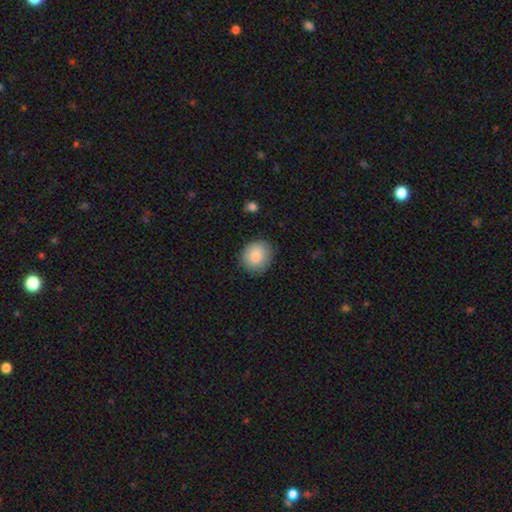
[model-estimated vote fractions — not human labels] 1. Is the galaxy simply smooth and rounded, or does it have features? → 85% smooth, 8% star or artifact, 7% featured or disk.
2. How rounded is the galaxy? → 74% round, 25% in between, 1% cigar-shaped.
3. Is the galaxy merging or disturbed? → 81% none, 14% minor disturbance, 3% major disturbance, 1% merger.